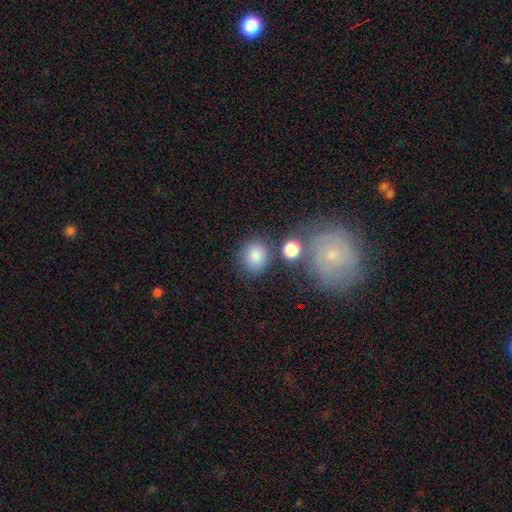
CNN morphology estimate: Smooth or featured?
  - smooth: 83% *
  - star or artifact: 11%
  - featured or disk: 6%
How rounded?
  - round: 76% *
  - in between: 22%
  - cigar-shaped: 1%
Merging?
  - none: 73% *
  - minor disturbance: 12%
  - merger: 10%
  - major disturbance: 5%